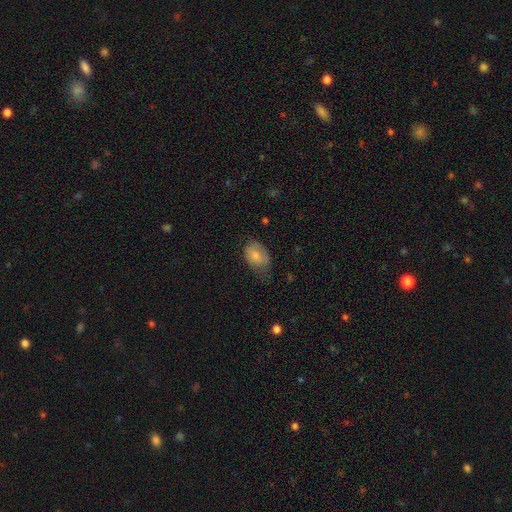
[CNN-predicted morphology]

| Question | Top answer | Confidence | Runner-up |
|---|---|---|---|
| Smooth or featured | smooth | 79% | featured or disk (14%) |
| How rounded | in between | 87% | round (11%) |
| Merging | none | 48% | minor disturbance (37%) |